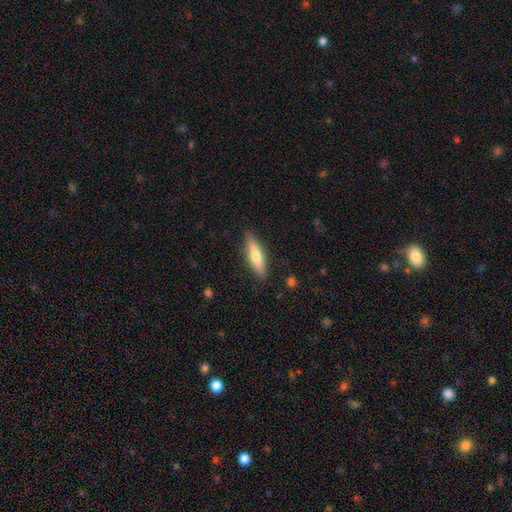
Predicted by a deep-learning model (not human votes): Morphology: type=smooth (60%); roundness=cigar-shaped (72%); merging=none (87%).